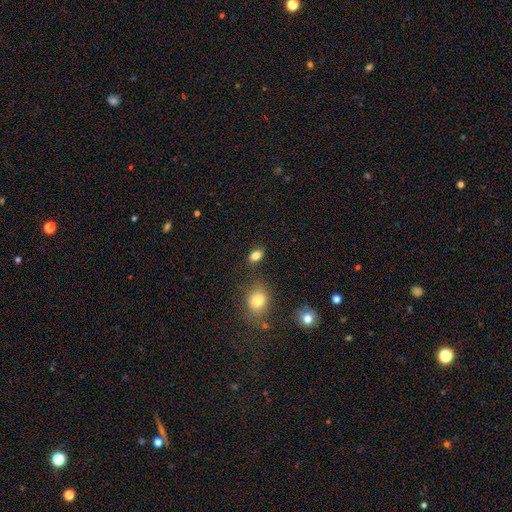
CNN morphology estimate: A smooth galaxy with no disk features (83%) that is in between round and cigar-shaped (80%). Merging: none (80%).